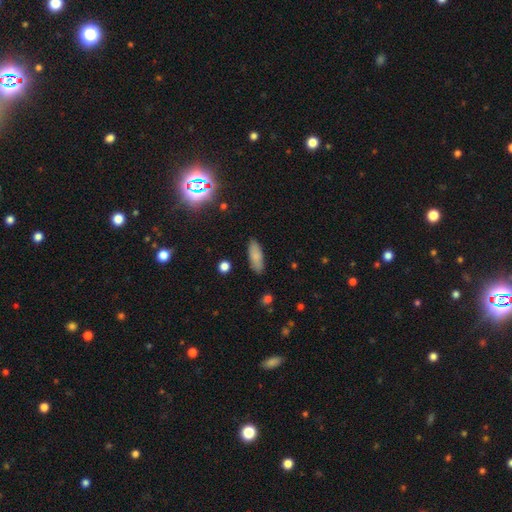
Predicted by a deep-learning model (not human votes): Smooth or featured?
  - smooth: 83% *
  - featured or disk: 9%
  - star or artifact: 8%
How rounded?
  - in between: 68% *
  - cigar-shaped: 30%
  - round: 2%
Merging?
  - none: 85% *
  - minor disturbance: 11%
  - major disturbance: 2%
  - merger: 2%